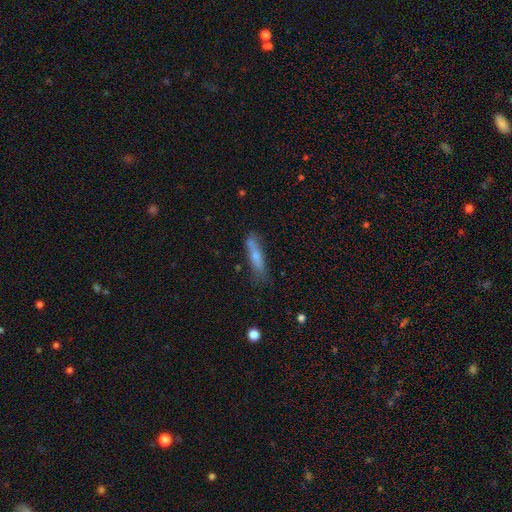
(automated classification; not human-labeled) A smooth galaxy with no disk features (63%) that is cigar-shaped (82%).

Vote fractions:
- Smooth or featured? smooth: 63% / featured or disk: 30% / star or artifact: 7%
- How rounded? cigar-shaped: 82% / in between: 16% / round: 2%
- Merging? none: 65% / minor disturbance: 22% / merger: 7% / major disturbance: 6%